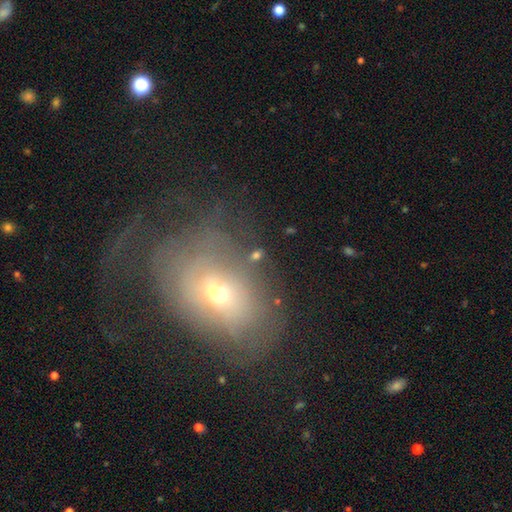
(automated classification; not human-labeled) Smooth or featured? Predicted: smooth (p=0.48). Merging? Predicted: none (p=0.51).